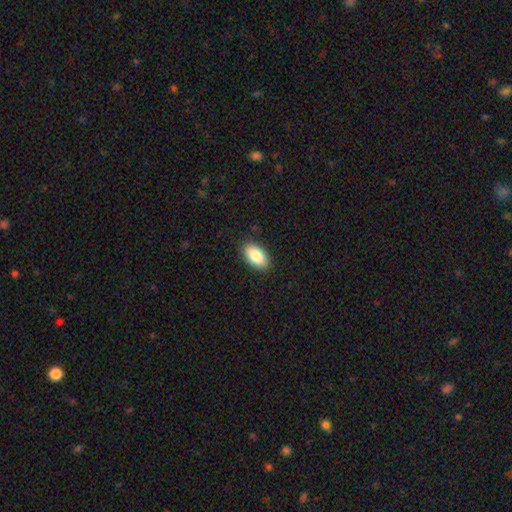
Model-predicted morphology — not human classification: Smooth or featured? Predicted: smooth (p=0.86). How rounded? Predicted: in between (p=0.94). Merging? Predicted: none (p=0.88).